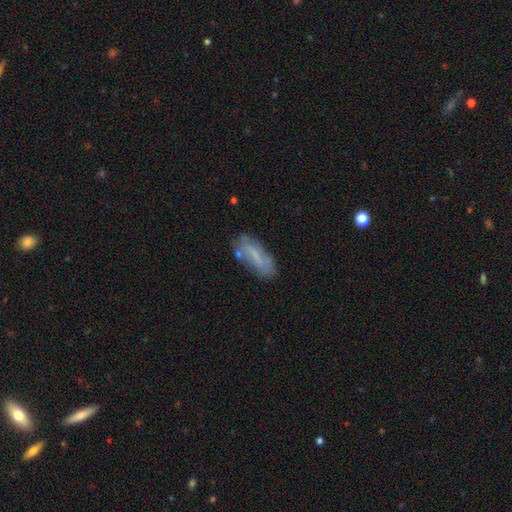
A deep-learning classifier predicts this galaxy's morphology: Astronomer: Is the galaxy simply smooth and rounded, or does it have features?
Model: smooth — 58% (runner-up: featured or disk, 34%).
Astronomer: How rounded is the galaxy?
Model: in between — 57% (runner-up: cigar-shaped, 41%).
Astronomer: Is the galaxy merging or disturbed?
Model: none — 64%.